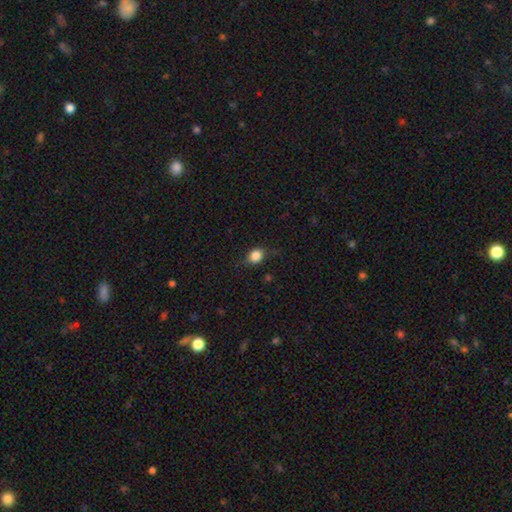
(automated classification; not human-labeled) A smooth galaxy with no disk features (83%) that is round (60%).

Vote fractions:
- Smooth or featured? smooth: 83% / star or artifact: 10% / featured or disk: 7%
- How rounded? round: 60% / in between: 39% / cigar-shaped: 1%
- Merging? none: 72% / minor disturbance: 21% / major disturbance: 6% / merger: 1%